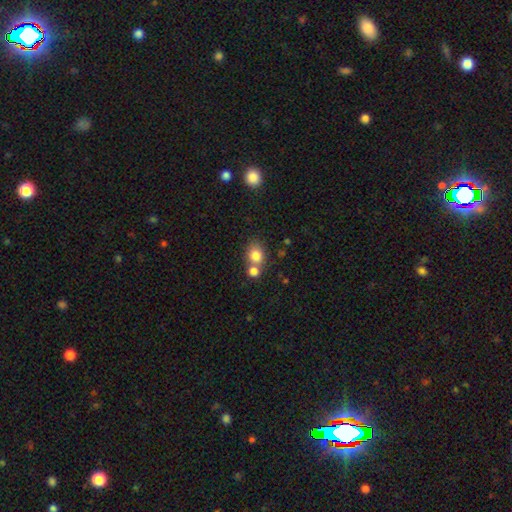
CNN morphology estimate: This appears to be a smooth galaxy with no disk features (82%) that is round (61%). Merging: none (47%).